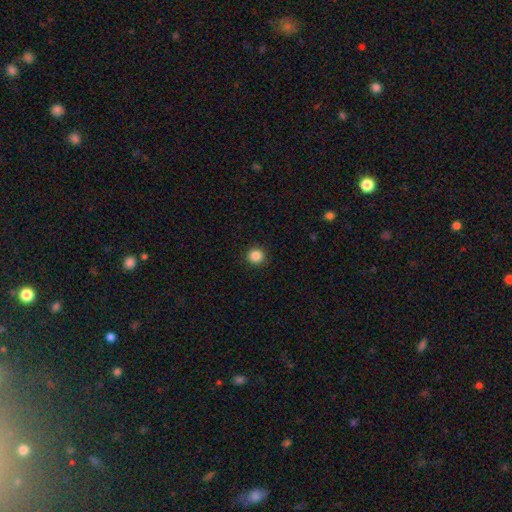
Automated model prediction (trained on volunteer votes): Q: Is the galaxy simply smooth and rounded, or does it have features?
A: smooth — 86%.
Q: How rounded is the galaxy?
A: round — 93%.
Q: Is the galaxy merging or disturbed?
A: none — 92%.